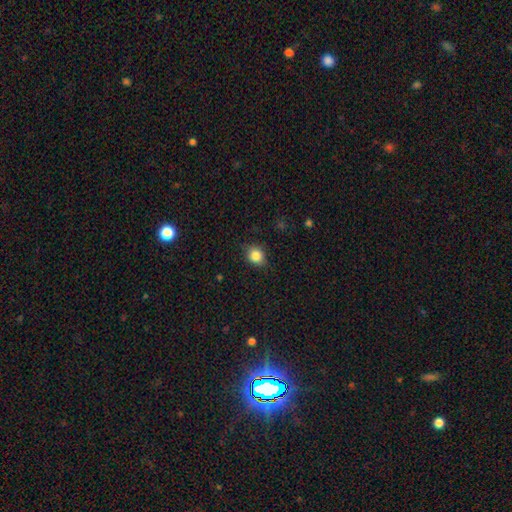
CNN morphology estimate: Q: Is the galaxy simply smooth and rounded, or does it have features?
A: smooth — 84%.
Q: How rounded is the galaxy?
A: round — 71%.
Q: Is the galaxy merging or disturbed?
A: none — 81%.